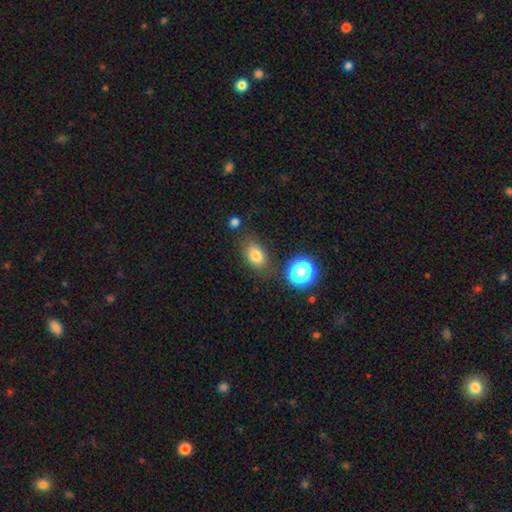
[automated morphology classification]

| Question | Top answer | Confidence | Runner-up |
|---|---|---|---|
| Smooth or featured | smooth | 77% | star or artifact (13%) |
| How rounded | in between | 79% | round (19%) |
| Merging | none | 76% | minor disturbance (13%) |